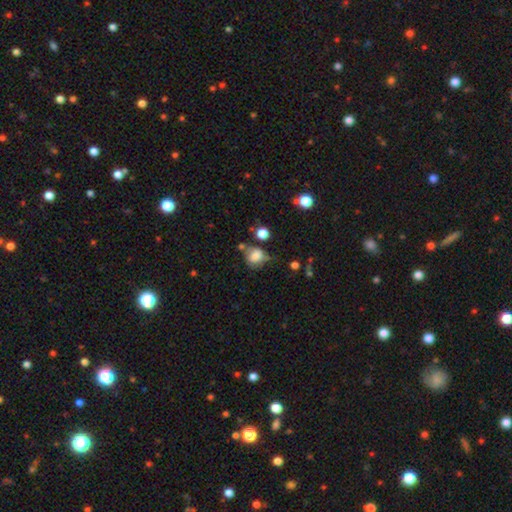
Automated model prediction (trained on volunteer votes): This is likely a smooth galaxy (76%). How rounded: likely round (64%). Merging: possibly none (48%).